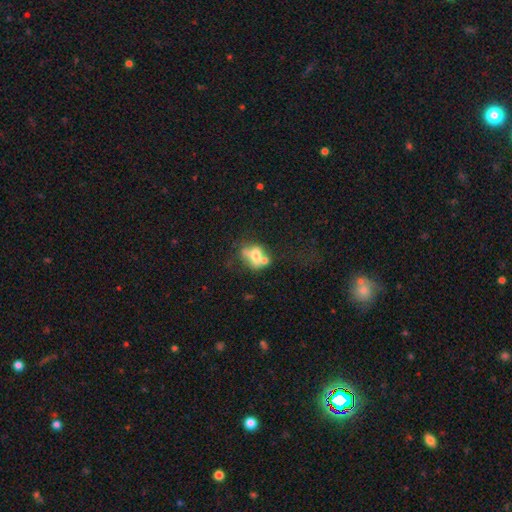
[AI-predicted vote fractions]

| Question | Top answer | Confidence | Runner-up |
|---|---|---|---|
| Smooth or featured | smooth | 46% | featured or disk (42%) |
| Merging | merger | 38% | none (32%) |